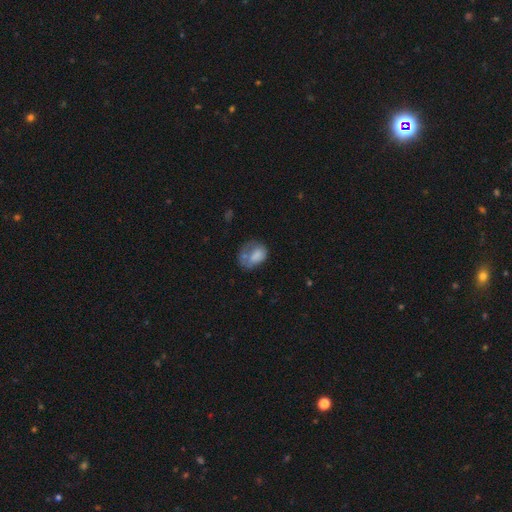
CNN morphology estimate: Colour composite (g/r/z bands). It shows a smooth galaxy with no disk features (65%) that is in between round and cigar-shaped (70%). Merging: major disturbance (32%, tied with none).